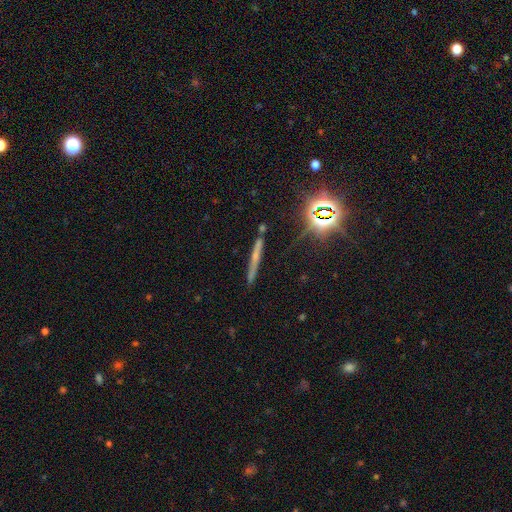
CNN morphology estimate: Smooth or featured?
  - featured or disk: 41% *
  - smooth: 34%
  - star or artifact: 25%
Merging?
  - none: 83% *
  - minor disturbance: 11%
  - merger: 3%
  - major disturbance: 3%